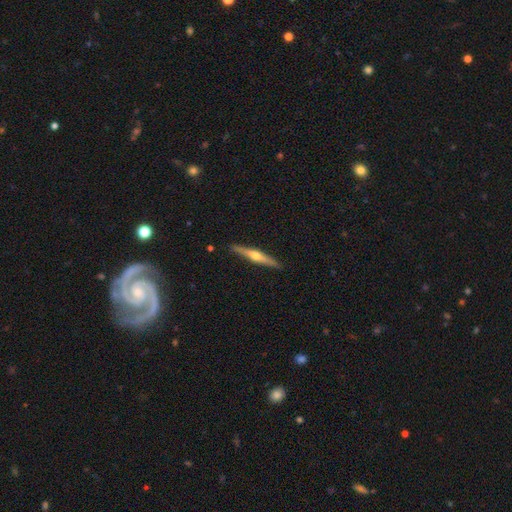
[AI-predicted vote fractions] Smooth or featured: featured or disk — 67% (smooth — 28%)
Edge-on disk: yes — 97% (no — 3%)
Edge-on bulge: rounded — 90% (none — 5%)
Merging: none — 90% (minor disturbance — 8%)